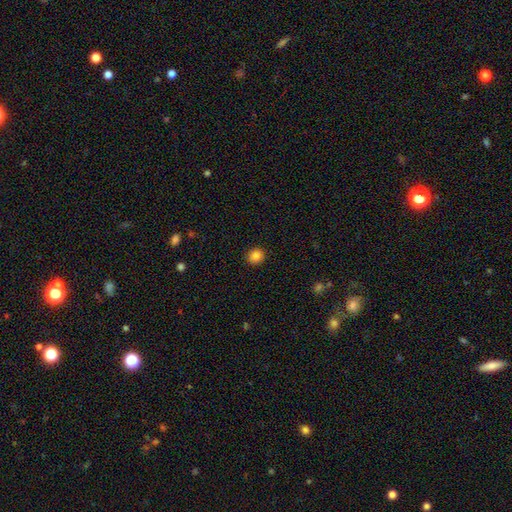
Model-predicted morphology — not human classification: Smooth or featured? smooth (84%)
How rounded? round (86%)
Merging? none (91%)